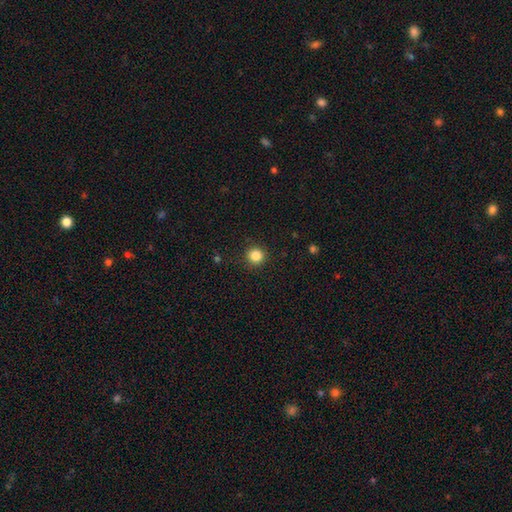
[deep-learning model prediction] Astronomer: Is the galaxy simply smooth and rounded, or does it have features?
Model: smooth — 85%.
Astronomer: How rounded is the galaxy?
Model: round — 94%.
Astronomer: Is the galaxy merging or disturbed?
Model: none — 91%.